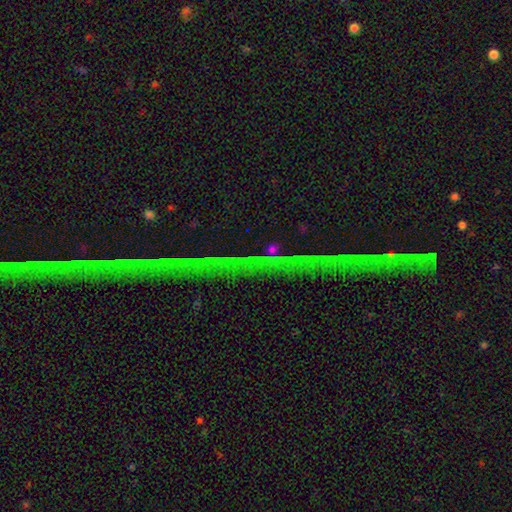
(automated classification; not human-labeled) Q: Smooth or featured?
A: star or artifact (73%); runner-up: featured or disk (16%)